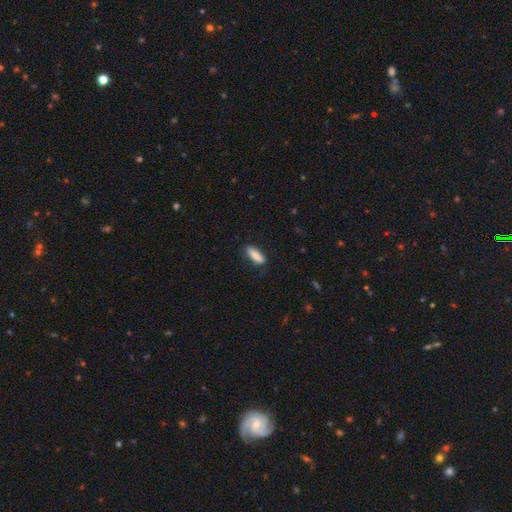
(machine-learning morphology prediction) smooth_or_featured: smooth (p=0.85) [alt: featured or disk p=0.09]
how_rounded: cigar-shaped (p=0.51) [alt: in between p=0.47]
merging: none (p=0.81) [alt: minor disturbance p=0.14]